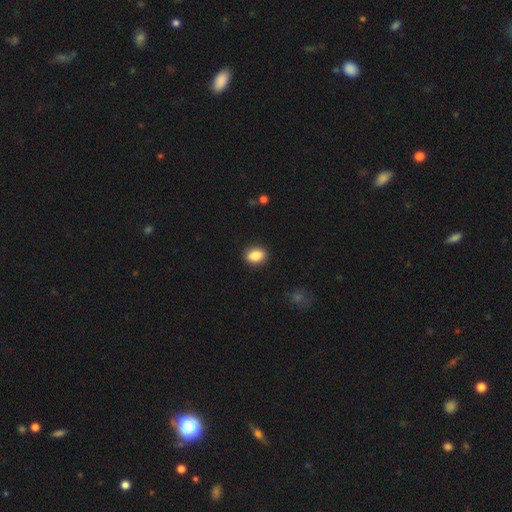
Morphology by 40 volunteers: Smooth or featured: smooth — 85% (star or artifact — 10%)
How rounded: in between — 74% (round — 26%)
Merging: none — 94% (minor disturbance — 6%)